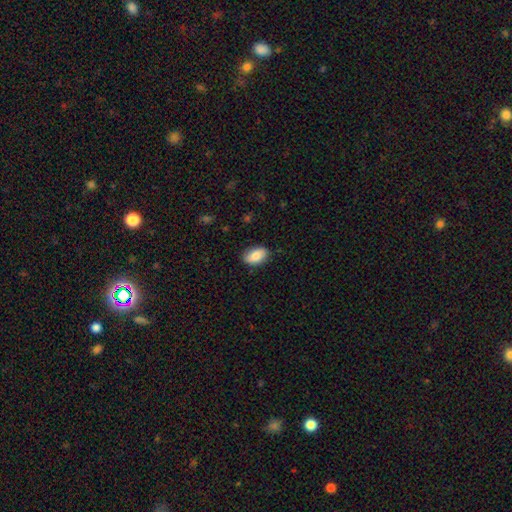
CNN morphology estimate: smooth 80%, featured or disk 13%, star or artifact 7%. Down the decision tree: how rounded — in between (90%); merging — none (82%).